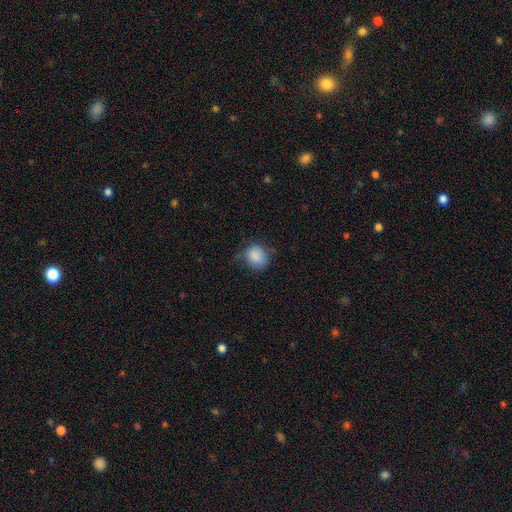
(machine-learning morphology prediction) This appears to be a smooth galaxy with no disk features (85%) that is round (70%). Merging: none (59%).